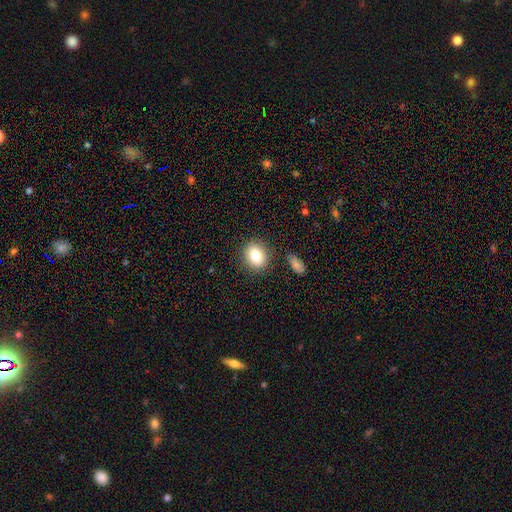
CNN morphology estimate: This appears to be a smooth galaxy with no disk features (80%) that is round (54%). Merging: none (85%).